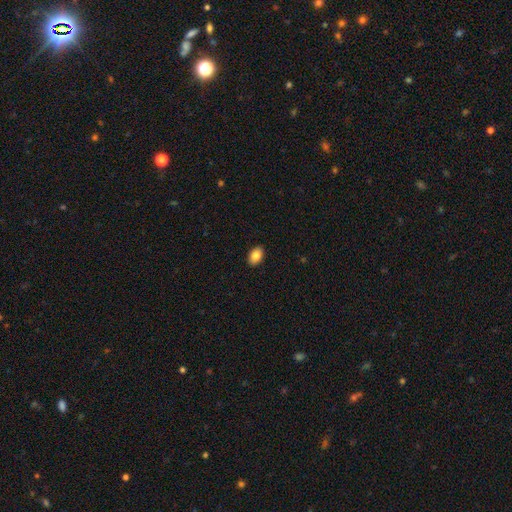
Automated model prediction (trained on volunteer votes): smooth_or_featured: smooth (p=0.86) [alt: star or artifact p=0.08]
how_rounded: in between (p=0.86) [alt: round p=0.13]
merging: none (p=0.91) [alt: minor disturbance p=0.07]